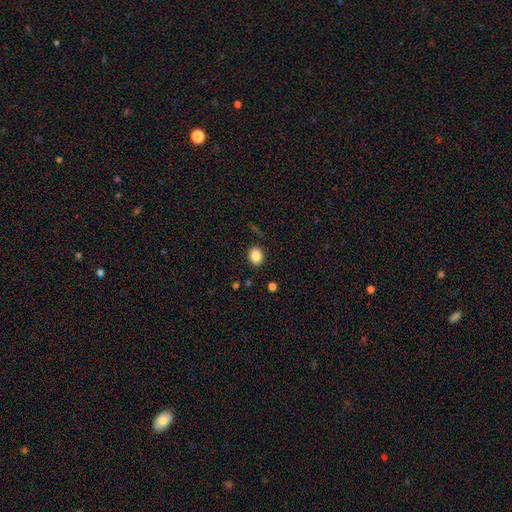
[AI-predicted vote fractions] smooth_or_featured: smooth (p=0.86) [alt: star or artifact p=0.10]
how_rounded: round (p=0.57) [alt: in between p=0.42]
merging: none (p=0.86) [alt: minor disturbance p=0.09]